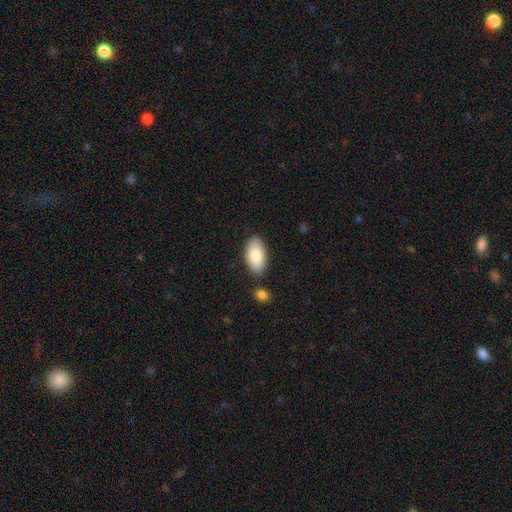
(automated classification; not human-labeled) smooth-or-featured: smooth: 83% | featured or disk: 12% | star or artifact: 6%
  how-rounded: in between: 95% | cigar-shaped: 3% | round: 2%
  merging: none: 80% | minor disturbance: 12% | merger: 6% | major disturbance: 3%